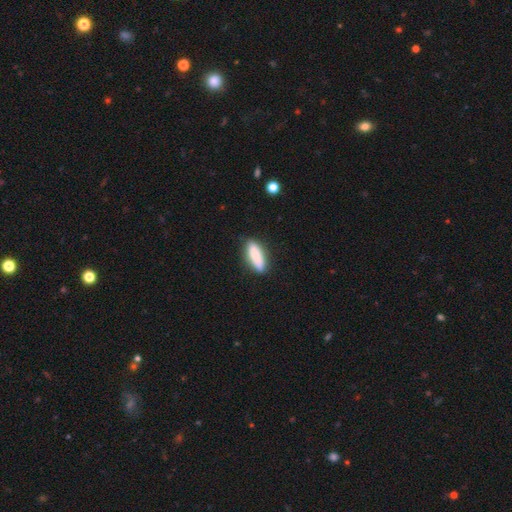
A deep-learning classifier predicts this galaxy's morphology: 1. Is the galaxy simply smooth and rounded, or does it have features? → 82% smooth, 13% featured or disk, 6% star or artifact.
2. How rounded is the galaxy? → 59% in between, 39% cigar-shaped, 2% round.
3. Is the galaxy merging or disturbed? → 82% none, 14% minor disturbance, 3% major disturbance, 2% merger.